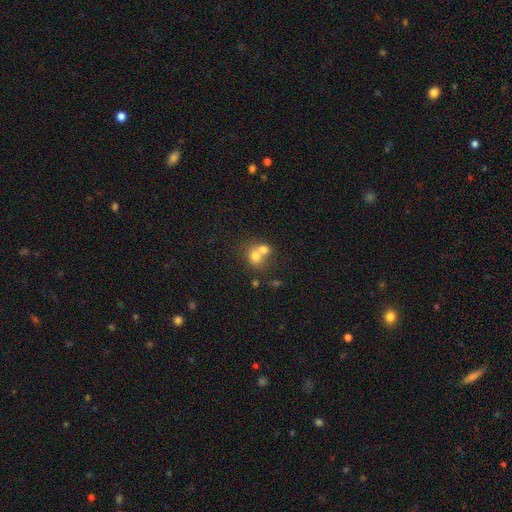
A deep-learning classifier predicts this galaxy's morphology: smooth_or_featured: smooth (p=0.71) [alt: featured or disk p=0.17]
how_rounded: round (p=0.68) [alt: in between p=0.31]
merging: merger (p=0.62) [alt: none p=0.28]